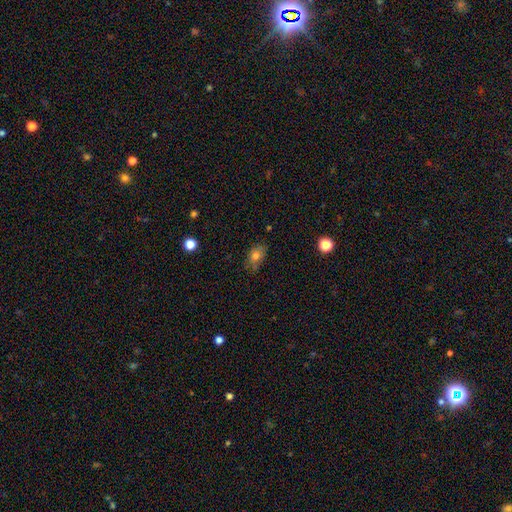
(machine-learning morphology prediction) Q: Smooth or featured?
A: smooth (78%); runner-up: star or artifact (11%)
Q: How rounded?
A: in between (77%); runner-up: round (21%)
Q: Merging?
A: none (69%); runner-up: minor disturbance (23%)